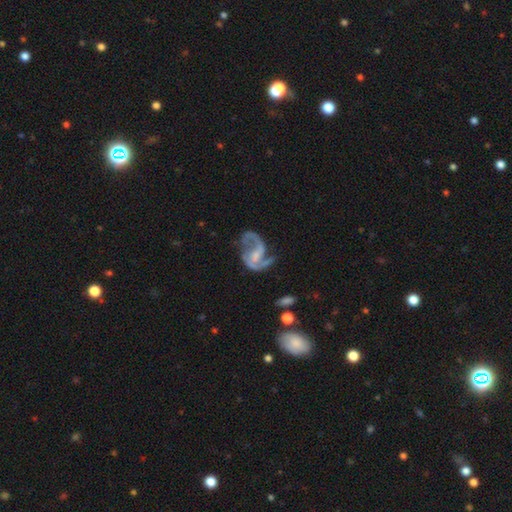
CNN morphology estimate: A featured or disk galaxy (86%) with a weak bar (45%), 2 (84%) medium (45%) spiral arms (93%) and a small central bulge (42%).

Vote fractions:
- Smooth or featured? featured or disk: 86% / smooth: 8% / star or artifact: 6%
- Edge-on disk? no: 98% / yes: 2%
- Bar? weak: 45% / no: 40% / strong: 14%
- Spiral arms? yes: 93% / no: 7%
- Spiral winding? medium: 45% / loose: 43% / tight: 12%
- Spiral arm count? 2: 84% / 1: 6% / can't tell: 5% / 3: 3% / 4: 1% / more than 4: 1%
- Bulge size? small: 42% / none: 30% / moderate: 24% / large: 3% / dominant: 1%
- Merging? none: 45% / major disturbance: 29% / minor disturbance: 21% / merger: 5%